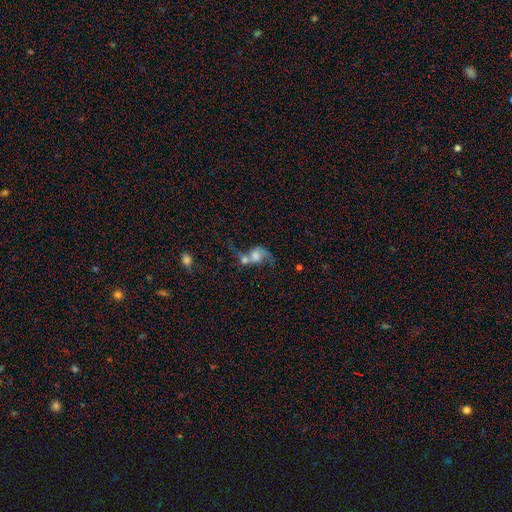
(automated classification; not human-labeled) featured or disk 56%, smooth 33%, star or artifact 10%. Down the decision tree: edge-on disk — no (96%); bar — no (70%); spiral arms — yes (76%); bulge size — moderate (37%); merging — merger (65%).